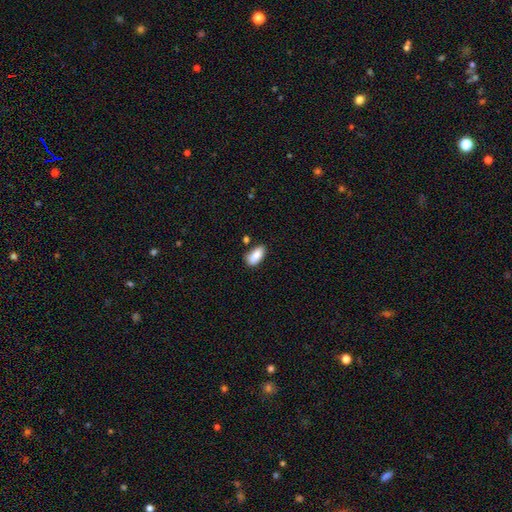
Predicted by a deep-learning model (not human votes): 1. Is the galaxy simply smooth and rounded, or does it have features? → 88% smooth, 7% star or artifact, 5% featured or disk.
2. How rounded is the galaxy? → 89% in between, 9% cigar-shaped, 3% round.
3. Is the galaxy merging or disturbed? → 74% none, 17% minor disturbance, 6% merger, 3% major disturbance.